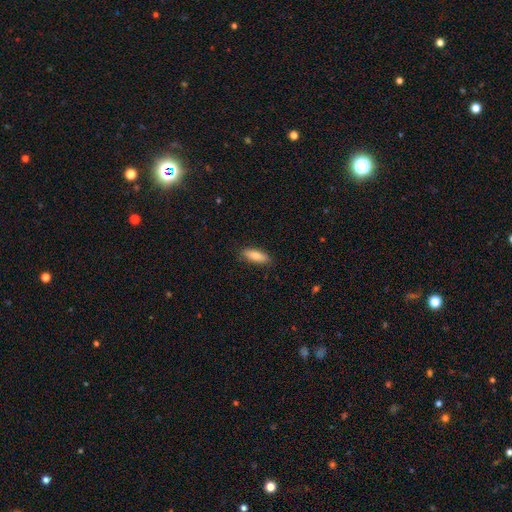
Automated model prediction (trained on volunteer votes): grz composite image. It shows a smooth galaxy with no disk features (83%) that is in between round and cigar-shaped (57%). Merging: none (87%).